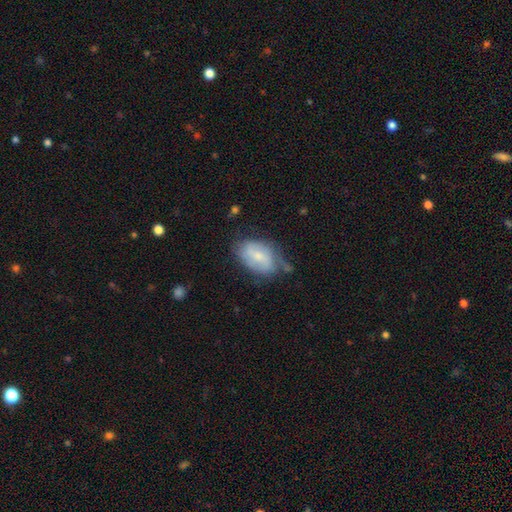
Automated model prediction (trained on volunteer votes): smooth-or-featured: smooth: 52% | featured or disk: 41% | star or artifact: 7%
  how-rounded: in between: 89% | round: 9% | cigar-shaped: 2%
  merging: none: 50% | minor disturbance: 34% | major disturbance: 12% | merger: 5%